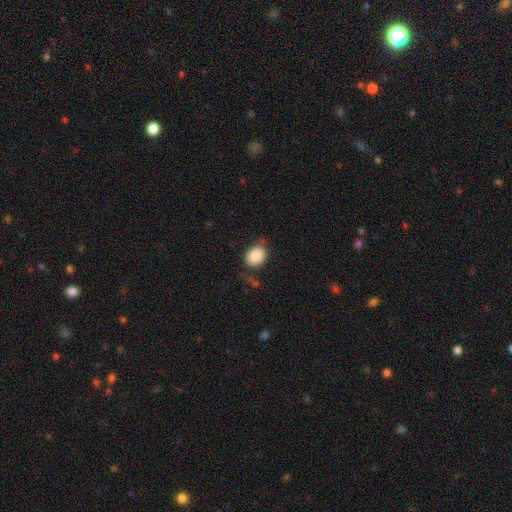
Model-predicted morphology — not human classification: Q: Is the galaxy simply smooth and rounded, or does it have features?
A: smooth — 85%.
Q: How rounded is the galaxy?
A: in between — 56%.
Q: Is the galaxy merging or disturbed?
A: none — 68%.